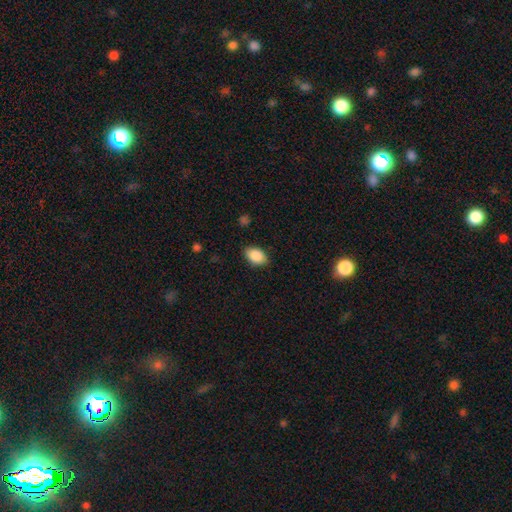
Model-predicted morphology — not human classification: This is clearly a smooth galaxy (88%). How rounded: clearly in between (89%). Merging: clearly none (86%).